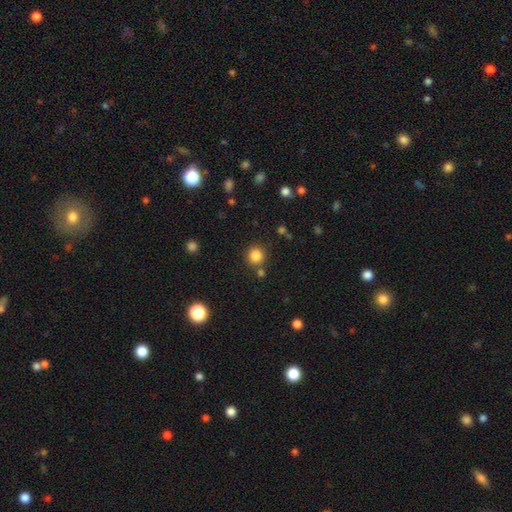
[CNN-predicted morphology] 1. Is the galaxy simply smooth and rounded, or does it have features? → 84% smooth, 12% star or artifact, 5% featured or disk.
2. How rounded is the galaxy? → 91% round, 8% in between, 1% cigar-shaped.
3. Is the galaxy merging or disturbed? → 80% none, 8% merger, 8% minor disturbance, 3% major disturbance.